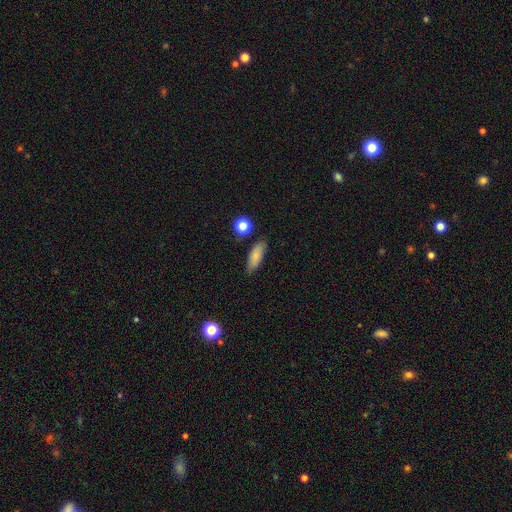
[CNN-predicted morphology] Q: Smooth or featured?
A: smooth (82%); runner-up: featured or disk (10%)
Q: How rounded?
A: in between (62%); runner-up: cigar-shaped (35%)
Q: Merging?
A: none (81%); runner-up: minor disturbance (14%)